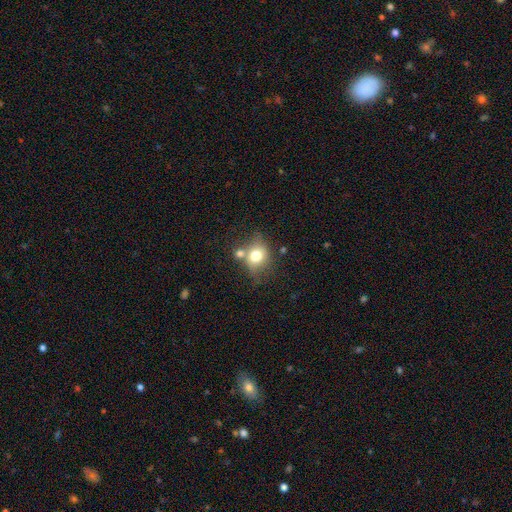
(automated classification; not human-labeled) smooth_or_featured: smooth (p=0.70) [alt: featured or disk p=0.19]
how_rounded: round (p=0.63) [alt: in between p=0.36]
merging: none (p=0.52) [alt: merger p=0.24]